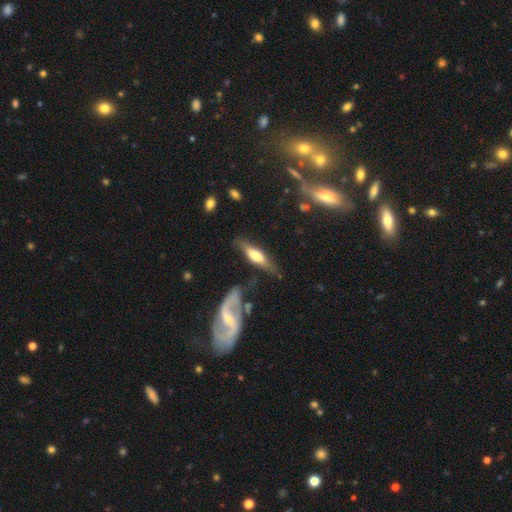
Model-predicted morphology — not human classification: A featured or disk galaxy (49%).

Vote fractions:
- Smooth or featured? featured or disk: 49% / smooth: 46% / star or artifact: 6%
- Merging? none: 62% / minor disturbance: 21% / major disturbance: 9% / merger: 8%